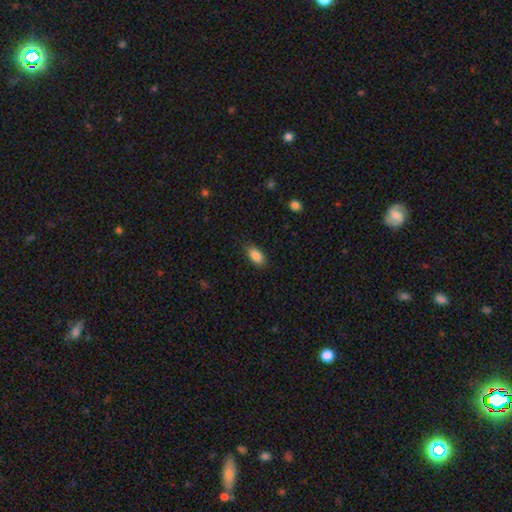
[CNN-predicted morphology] Overall: smooth (87%). How rounded: in between (91%). Merging: none (83%).